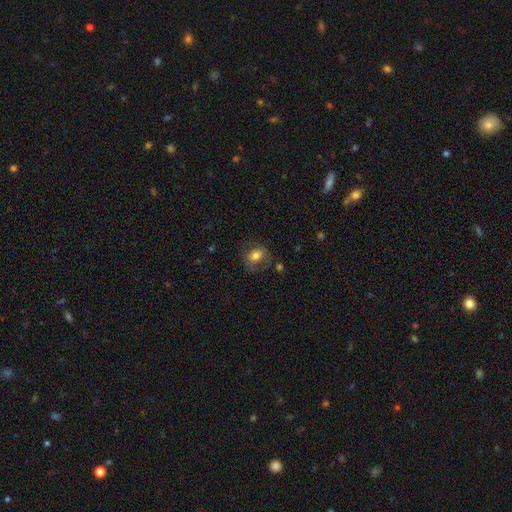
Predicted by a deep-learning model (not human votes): Q: Smooth or featured?
A: smooth (71%); runner-up: featured or disk (19%)
Q: How rounded?
A: round (55%); runner-up: in between (44%)
Q: Merging?
A: none (66%); runner-up: minor disturbance (20%)